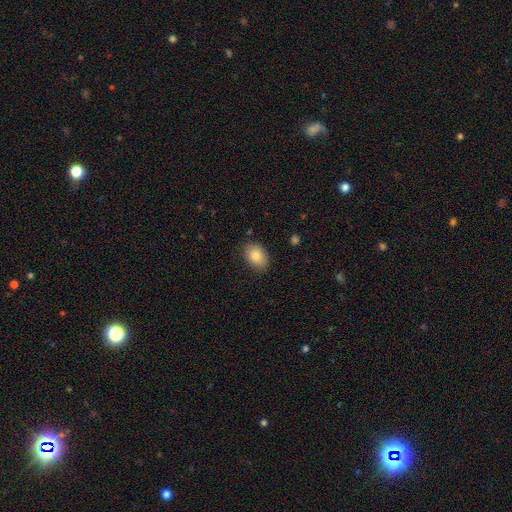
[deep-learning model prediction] The model was most divided on "how rounded": in between: 78%, round: 21%, cigar-shaped: 1%. More confident: merging — none (85%); smooth or featured — smooth (83%).